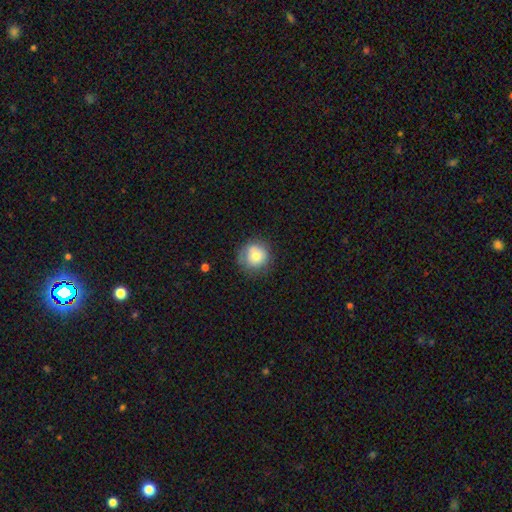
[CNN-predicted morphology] This appears to be a smooth galaxy with no disk features (76%) that is round (91%). Merging: none (72%).